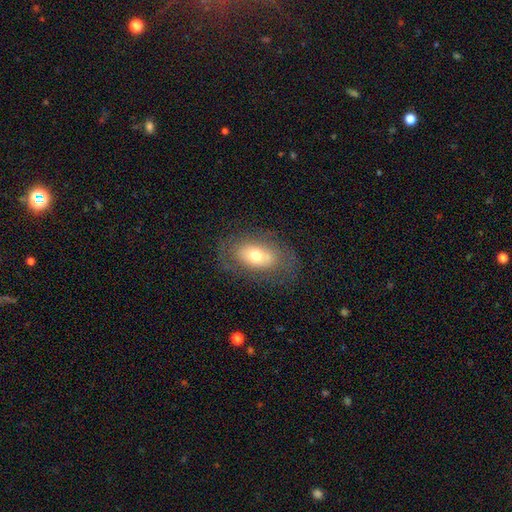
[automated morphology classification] type=smooth (56%); roundness=in between (87%); merging=none (71%).